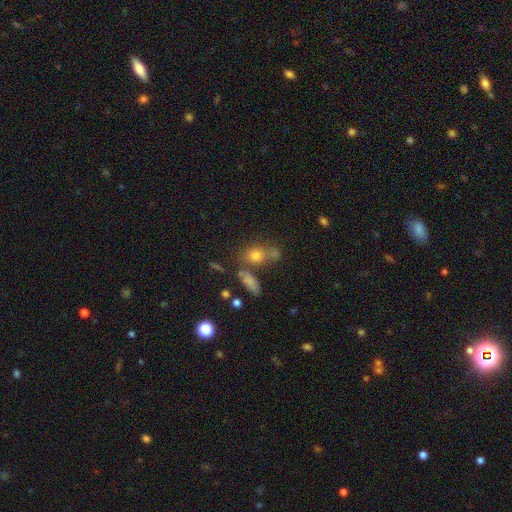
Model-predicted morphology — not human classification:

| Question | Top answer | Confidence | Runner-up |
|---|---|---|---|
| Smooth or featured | smooth | 71% | star or artifact (15%) |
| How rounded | in between | 54% | round (41%) |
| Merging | none | 54% | merger (24%) |